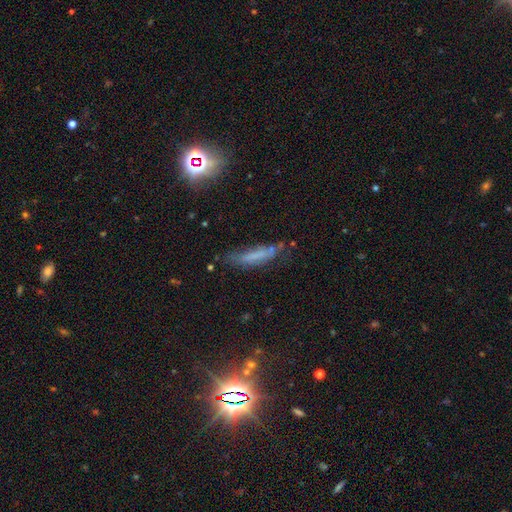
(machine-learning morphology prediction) This appears to be a smooth galaxy with no disk features (55%) that is cigar-shaped (74%). Merging: none (52%).